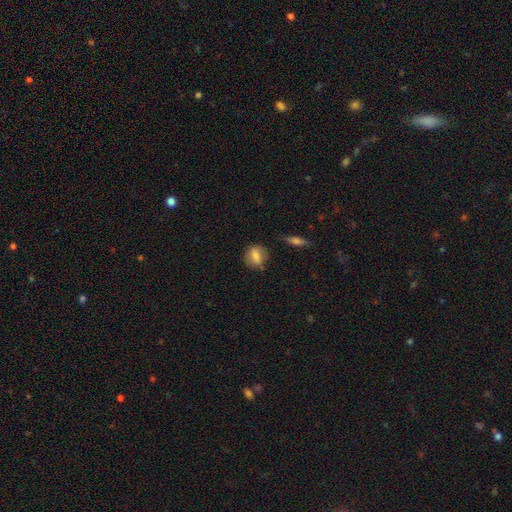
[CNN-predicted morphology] Smooth or featured? smooth (75%)
How rounded? round (50%)
Merging? none (73%)